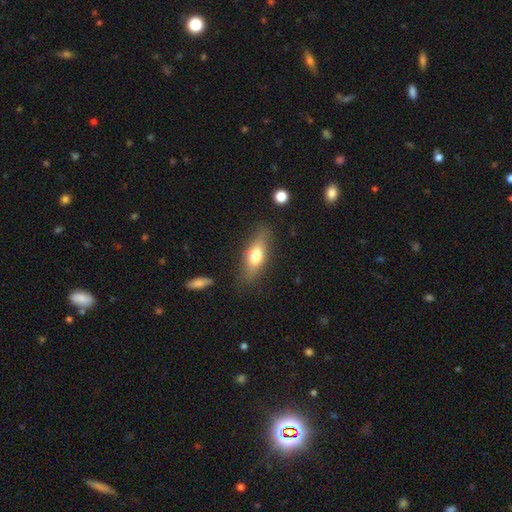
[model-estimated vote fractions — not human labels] smooth_or_featured: smooth (p=0.63) [alt: featured or disk p=0.30]
how_rounded: in between (p=0.60) [alt: cigar-shaped p=0.36]
merging: none (p=0.80) [alt: minor disturbance p=0.14]